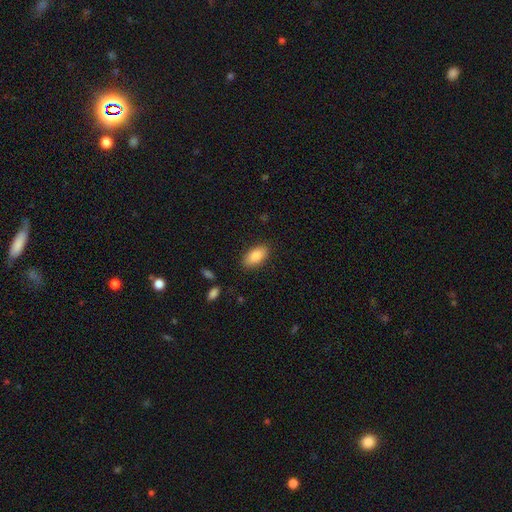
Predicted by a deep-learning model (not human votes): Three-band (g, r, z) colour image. It shows a smooth galaxy with no disk features (87%) that is in between round and cigar-shaped (92%). Merging: none (86%).